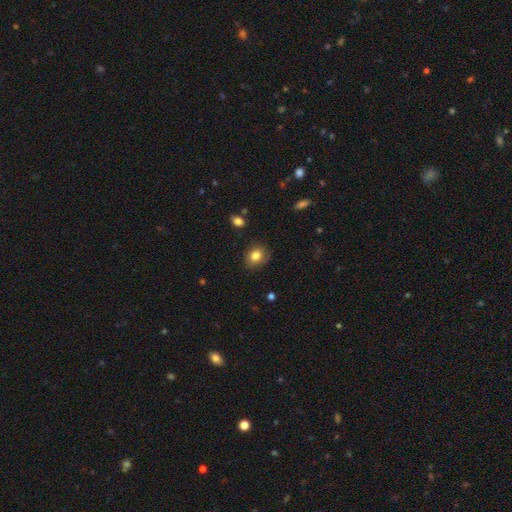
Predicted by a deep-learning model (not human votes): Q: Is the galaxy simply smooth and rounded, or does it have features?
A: smooth — 82%.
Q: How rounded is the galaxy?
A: round — 53%.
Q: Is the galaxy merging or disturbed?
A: none — 80%.